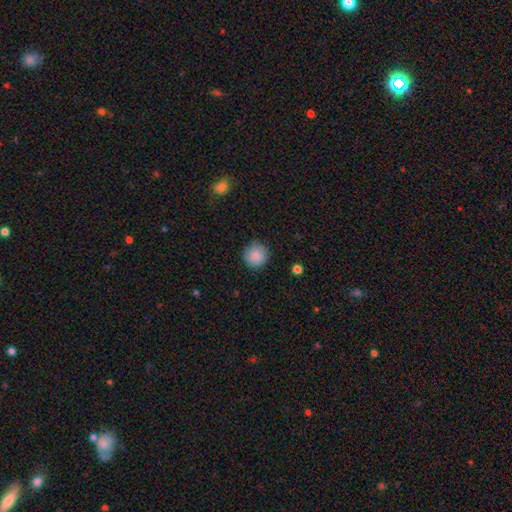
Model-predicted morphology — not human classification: Overall: smooth (88%). How rounded: round (94%). Merging: none (89%).